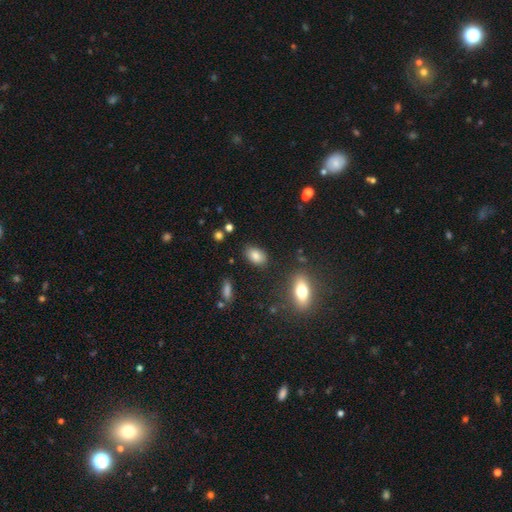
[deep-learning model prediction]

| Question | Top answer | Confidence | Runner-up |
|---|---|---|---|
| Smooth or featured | smooth | 83% | star or artifact (9%) |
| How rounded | in between | 89% | round (9%) |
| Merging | none | 85% | minor disturbance (11%) |